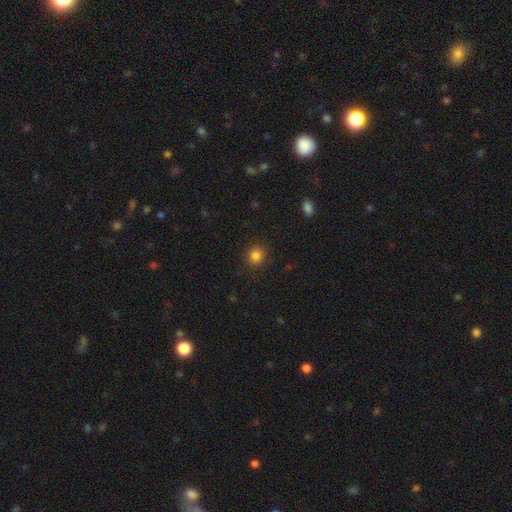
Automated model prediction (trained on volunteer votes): smooth-or-featured: smooth: 83% | star or artifact: 12% | featured or disk: 4%
  how-rounded: round: 88% | in between: 11% | cigar-shaped: 1%
  merging: none: 89% | minor disturbance: 7% | major disturbance: 2% | merger: 1%